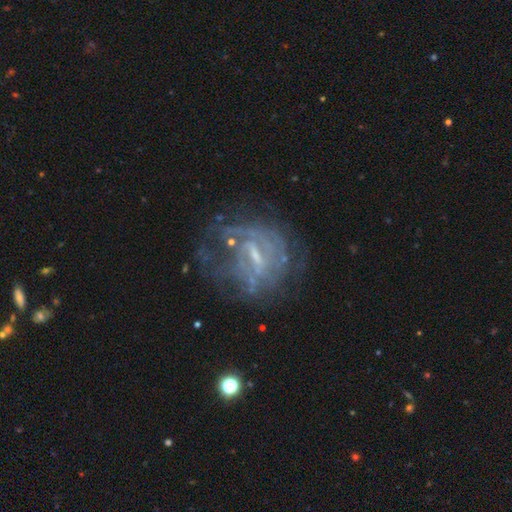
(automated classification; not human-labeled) smooth-or-featured: featured or disk: 76% | star or artifact: 12% | smooth: 12%
  disk-edge-on: no: 95% | yes: 5%
    bar: weak: 46% | strong: 34% | no: 20%
    has-spiral-arms: yes: 61% | no: 39%
    bulge-size: small: 49% | moderate: 25% | none: 22% | large: 2% | dominant: 1%
  merging: none: 53% | major disturbance: 24% | minor disturbance: 19% | merger: 4%